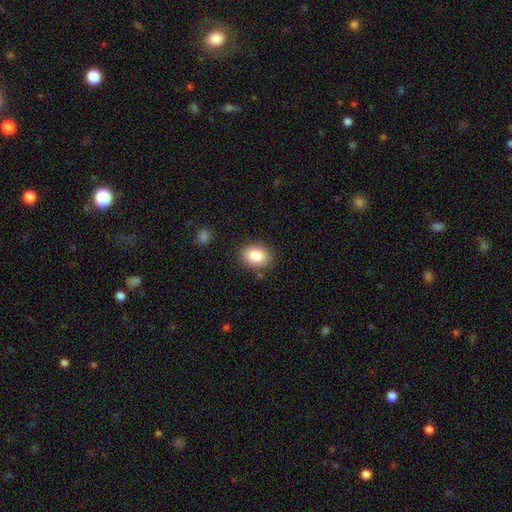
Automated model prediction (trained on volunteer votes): Smooth or featured? Predicted: smooth (p=0.85). How rounded? Predicted: in between (p=0.62). Merging? Predicted: none (p=0.85).